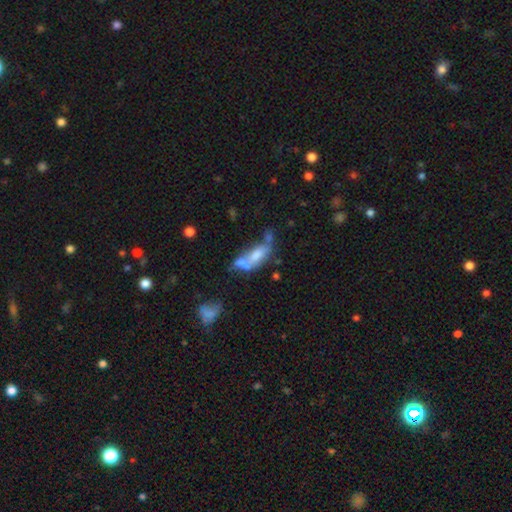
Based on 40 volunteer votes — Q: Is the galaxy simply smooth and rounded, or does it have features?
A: smooth — 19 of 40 (48%).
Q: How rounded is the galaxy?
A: in between — 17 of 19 (89%).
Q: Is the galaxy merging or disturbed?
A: none — 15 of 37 (41%).